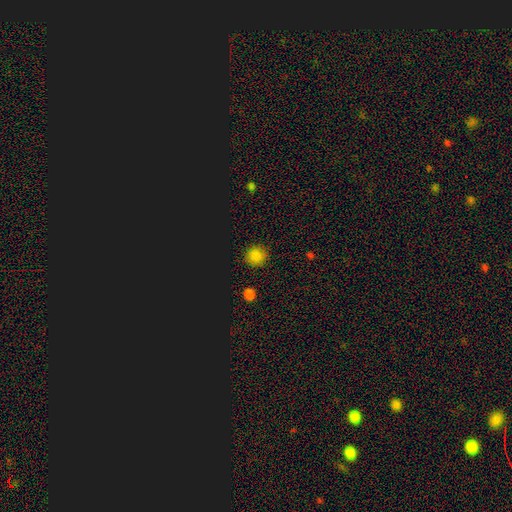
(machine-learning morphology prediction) Smooth or featured? Predicted: smooth (p=0.81). How rounded? Predicted: round (p=0.91). Merging? Predicted: none (p=0.89).